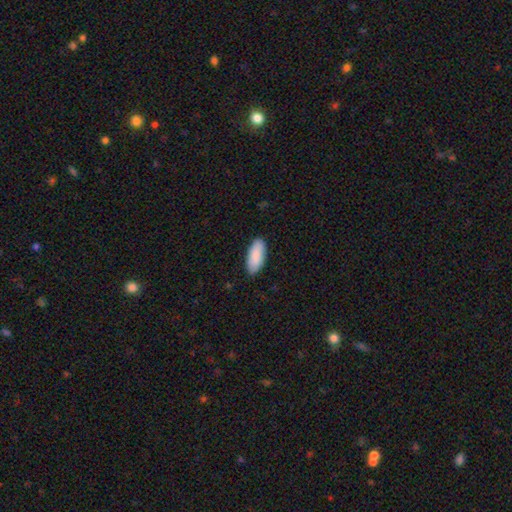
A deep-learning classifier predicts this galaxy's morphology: Q: Smooth or featured?
A: smooth (89%); runner-up: featured or disk (5%)
Q: How rounded?
A: in between (88%); runner-up: cigar-shaped (10%)
Q: Merging?
A: none (88%); runner-up: minor disturbance (9%)